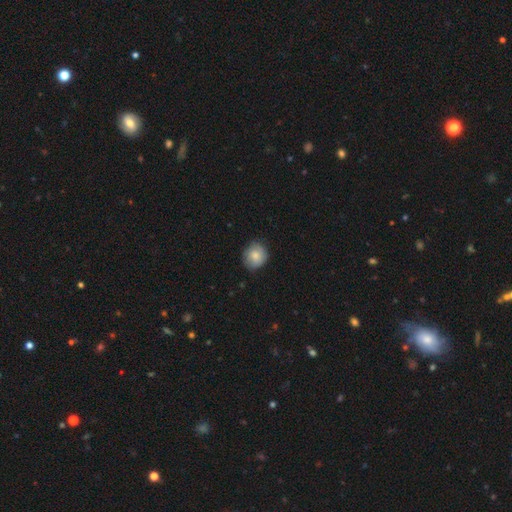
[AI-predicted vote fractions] Smooth or featured? Predicted: smooth (p=0.79). How rounded? Predicted: round (p=0.83). Merging? Predicted: none (p=0.77).